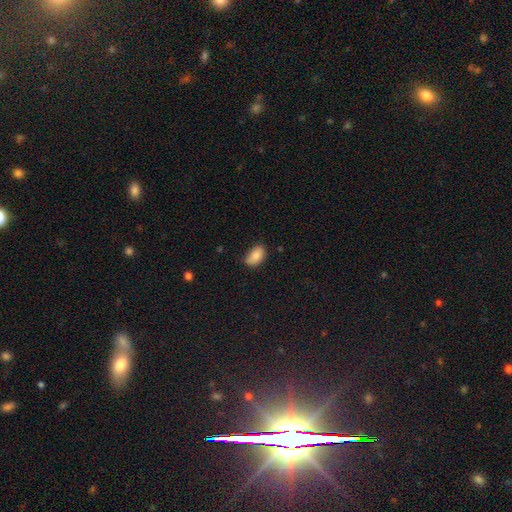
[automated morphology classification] Q: Smooth or featured?
A: smooth (85%); runner-up: featured or disk (8%)
Q: How rounded?
A: in between (91%); runner-up: round (7%)
Q: Merging?
A: none (65%); runner-up: minor disturbance (28%)